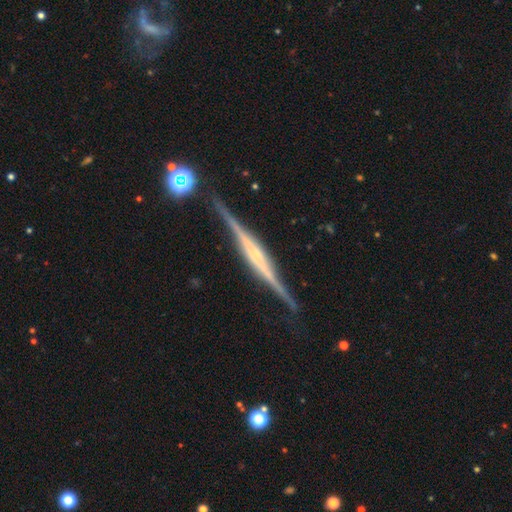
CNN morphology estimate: Smooth or featured? featured or disk (85%)
Edge-on disk? yes (98%)
Edge-on bulge? rounded (46%)
Merging? none (85%)